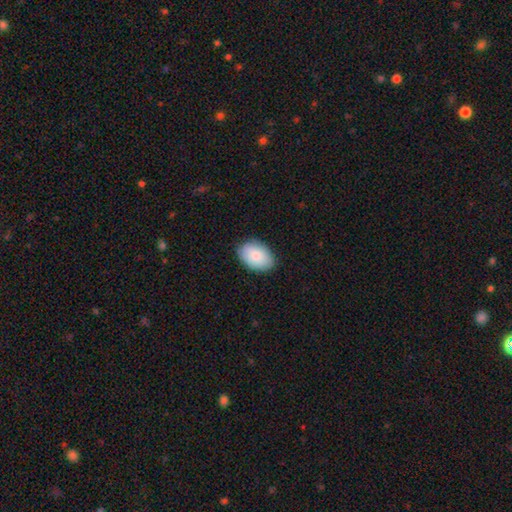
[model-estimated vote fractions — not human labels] A smooth galaxy with no disk features (83%) that is in between round and cigar-shaped (87%). Merging: none (83%).